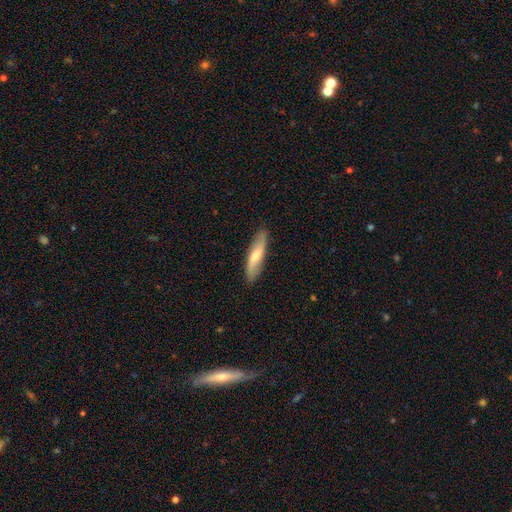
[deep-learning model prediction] Morphology: type=smooth (56%); roundness=cigar-shaped (73%); merging=none (87%).